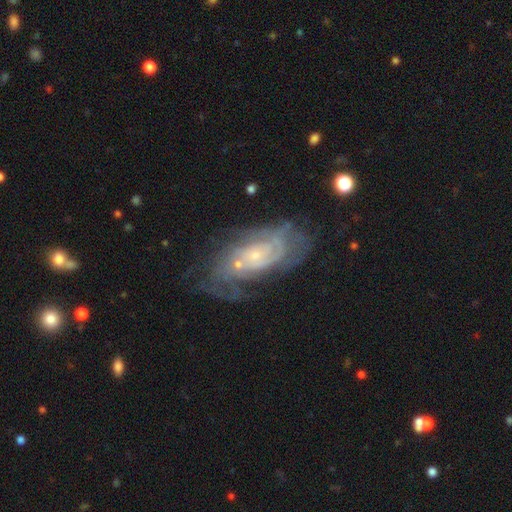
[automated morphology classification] Smooth or featured? featured or disk (80%)
Edge-on disk? no (94%)
Bar? no (74%)
Spiral arms? yes (89%)
Spiral winding? tight (62%)
Spiral arm count? can't tell (47%)
Bulge size? small (78%)
Merging? none (54%)